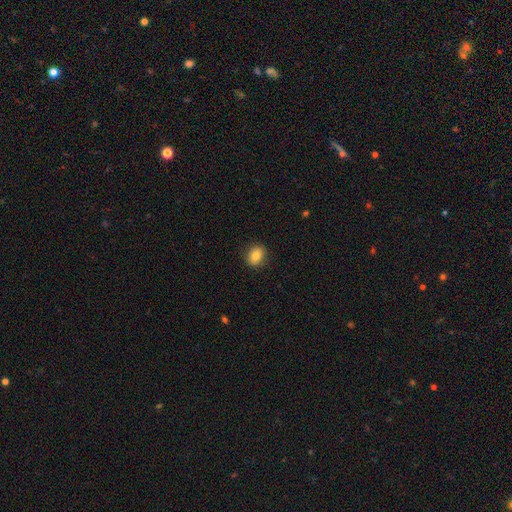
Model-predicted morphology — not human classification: Overall: smooth (81%). How rounded: round (57%; in between 42%). Merging: none (89%).